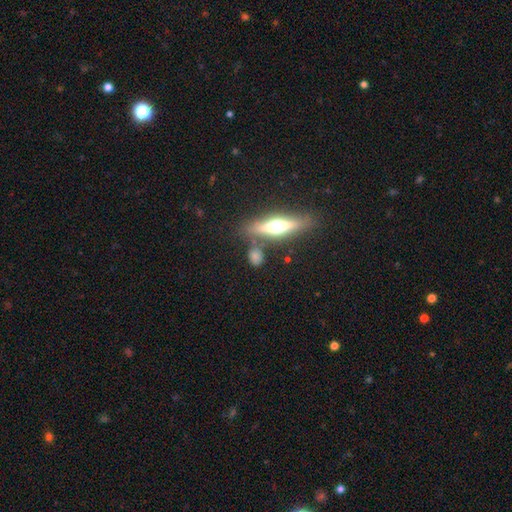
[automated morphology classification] A smooth galaxy with no disk features (62%) that is in between round and cigar-shaped (43%).

Vote fractions:
- Smooth or featured? smooth: 62% / featured or disk: 27% / star or artifact: 11%
- How rounded? in between: 43% / round: 37% / cigar-shaped: 21%
- Merging? none: 73% / minor disturbance: 13% / merger: 9% / major disturbance: 5%